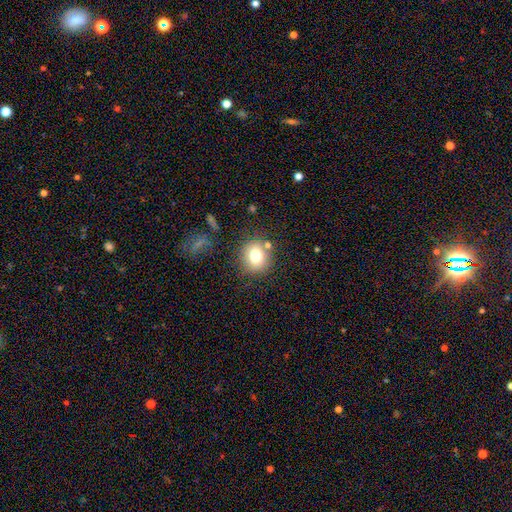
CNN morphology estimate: Q: Smooth or featured?
A: smooth (76%); runner-up: featured or disk (13%)
Q: How rounded?
A: round (80%); runner-up: in between (19%)
Q: Merging?
A: none (77%); runner-up: minor disturbance (12%)